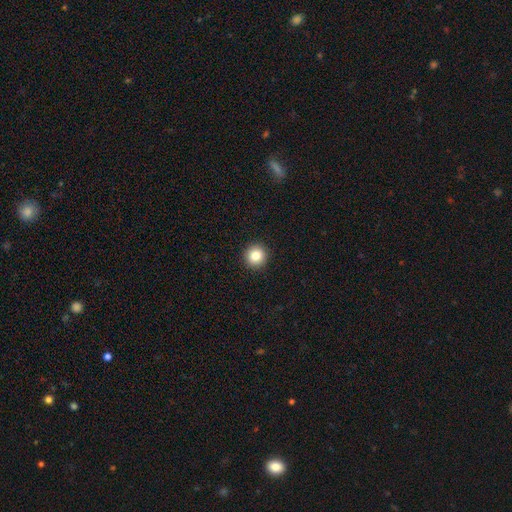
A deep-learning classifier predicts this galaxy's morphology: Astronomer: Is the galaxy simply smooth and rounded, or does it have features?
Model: smooth — 85%.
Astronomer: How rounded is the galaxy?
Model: round — 94%.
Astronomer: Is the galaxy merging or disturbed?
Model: none — 93%.